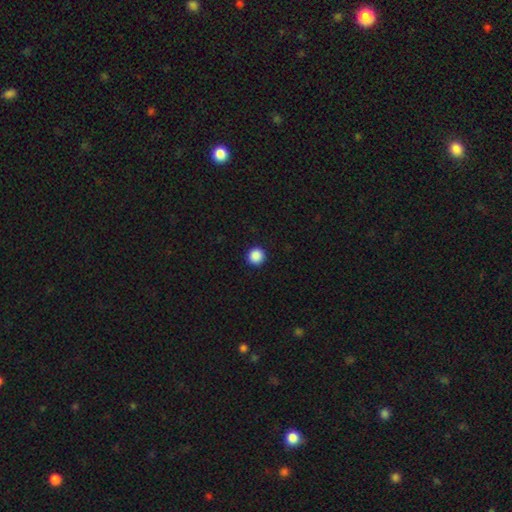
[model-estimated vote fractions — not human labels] smooth-or-featured: smooth: 89% | star or artifact: 9% | featured or disk: 2%
  how-rounded: round: 95% | in between: 4% | cigar-shaped: 1%
  merging: none: 93% | minor disturbance: 5% | major disturbance: 2% | merger: 1%